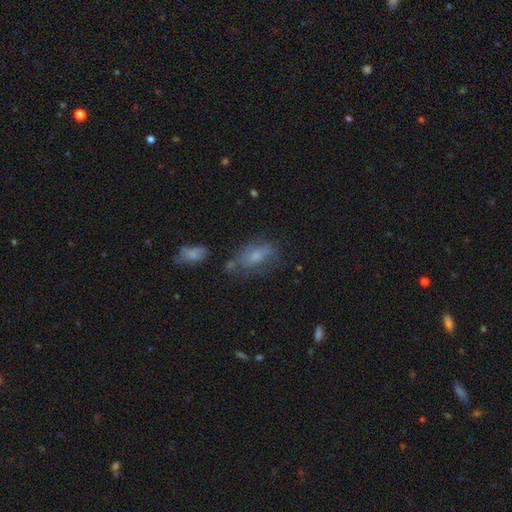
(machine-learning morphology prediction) This is possibly a smooth galaxy (59%). How rounded: clearly in between (84%). Merging: possibly none (51%).